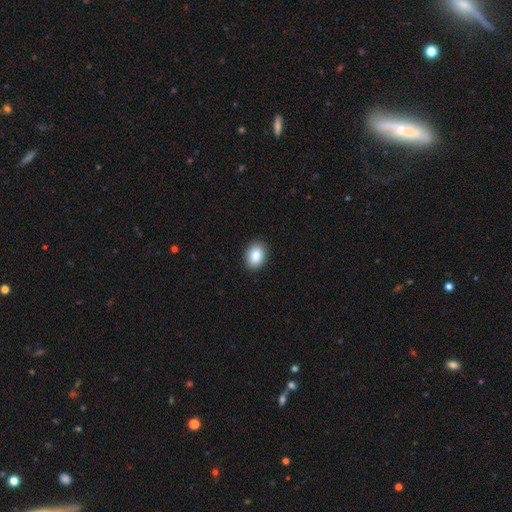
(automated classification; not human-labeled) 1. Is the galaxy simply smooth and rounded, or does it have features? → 87% smooth, 8% star or artifact, 5% featured or disk.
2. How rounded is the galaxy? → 70% in between, 29% round, 1% cigar-shaped.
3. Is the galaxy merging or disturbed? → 90% none, 7% minor disturbance, 2% major disturbance, 1% merger.